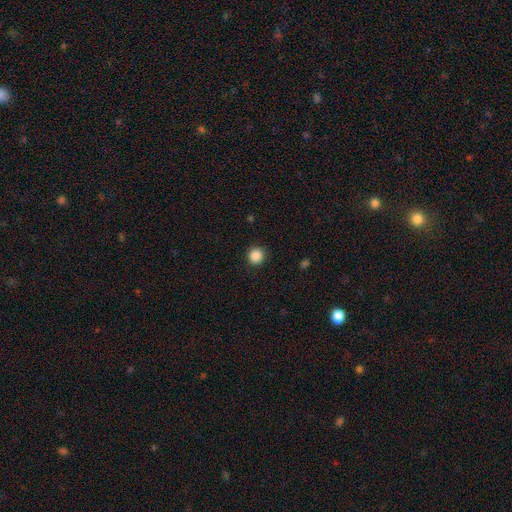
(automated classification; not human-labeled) Overall: smooth (87%). How rounded: round (93%). Merging: none (91%).